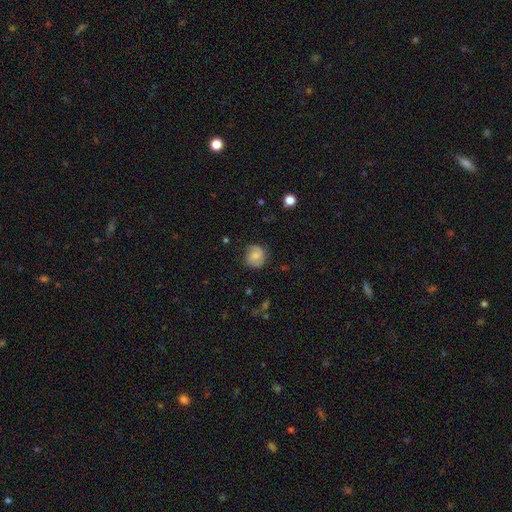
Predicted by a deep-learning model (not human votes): Smooth or featured?
  - smooth: 49% *
  - featured or disk: 42%
  - star or artifact: 9%
Merging?
  - none: 75% *
  - minor disturbance: 17%
  - major disturbance: 6%
  - merger: 1%